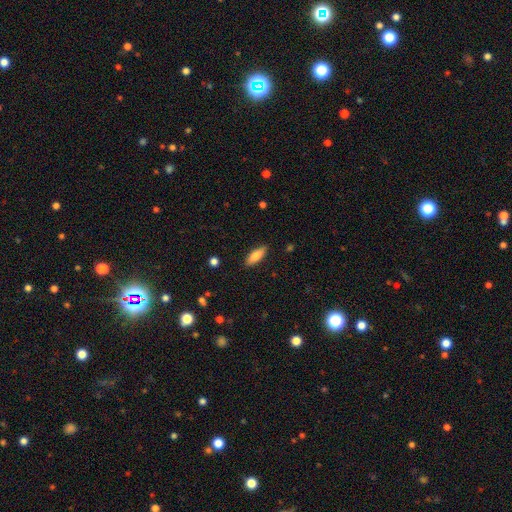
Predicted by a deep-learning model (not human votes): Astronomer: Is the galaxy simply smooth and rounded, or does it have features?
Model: smooth — 80%.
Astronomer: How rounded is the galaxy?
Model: in between — 68%.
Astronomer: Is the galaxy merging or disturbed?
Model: none — 88%.